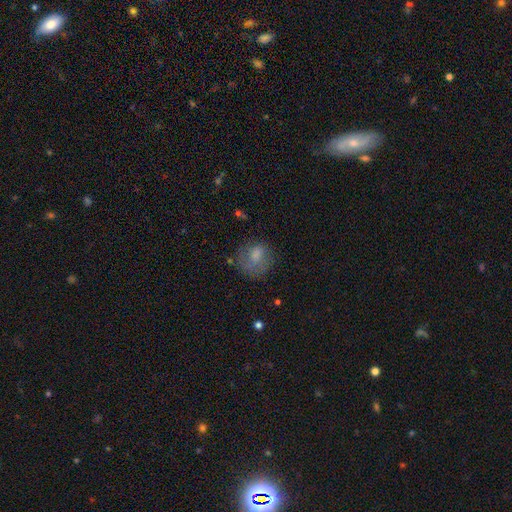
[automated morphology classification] Smooth or featured? smooth (64%)
How rounded? round (66%)
Merging? none (53%)